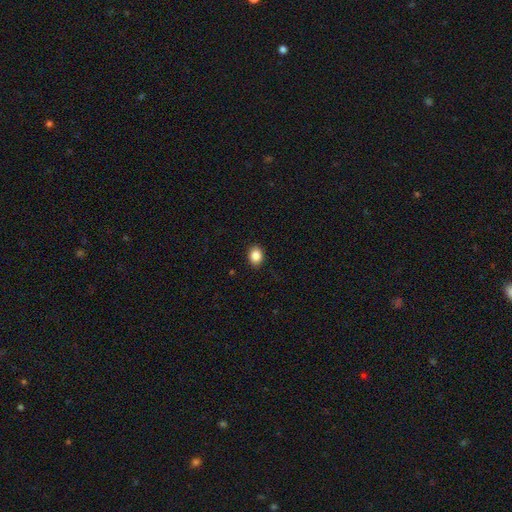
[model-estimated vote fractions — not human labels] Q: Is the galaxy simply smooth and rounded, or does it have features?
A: smooth — 87%.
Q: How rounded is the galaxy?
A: in between — 55%.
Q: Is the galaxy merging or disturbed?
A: none — 90%.